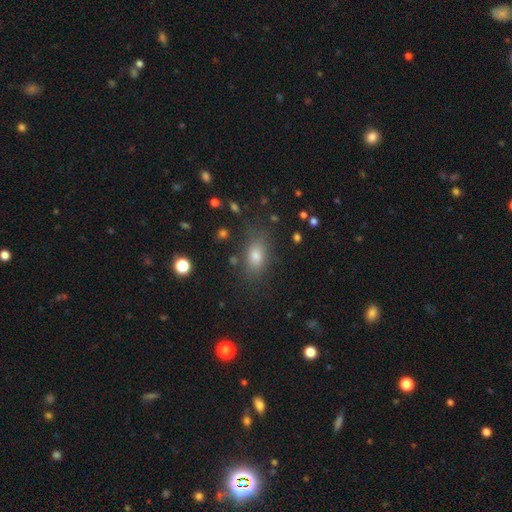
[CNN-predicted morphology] Smooth or featured: smooth — 75% (star or artifact — 14%)
How rounded: in between — 80% (round — 14%)
Merging: none — 79% (minor disturbance — 13%)